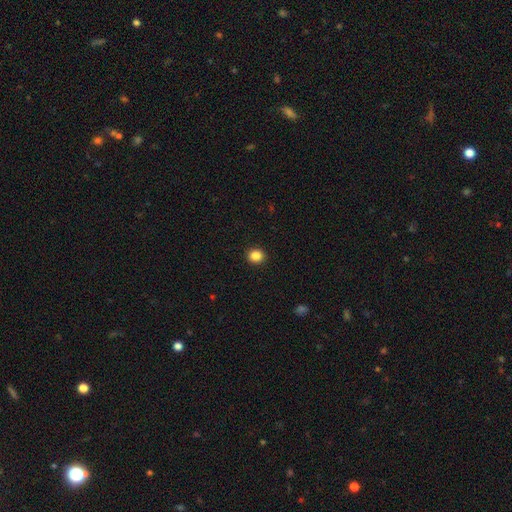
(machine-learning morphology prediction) The model was most divided on "how rounded": round: 79%, in between: 20%, cigar-shaped: 1%. More confident: merging — none (92%); smooth or featured — smooth (86%).